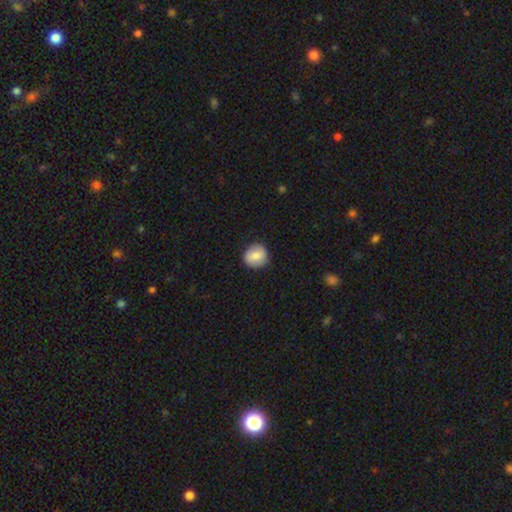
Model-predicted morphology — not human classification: Smooth or featured: smooth — 78% (featured or disk — 14%)
How rounded: round — 87% (in between — 12%)
Merging: none — 88% (minor disturbance — 9%)